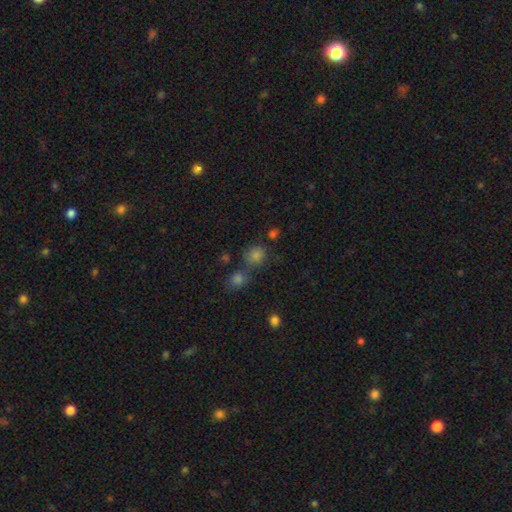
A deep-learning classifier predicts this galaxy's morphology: smooth-or-featured: smooth: 60% | star or artifact: 31% | featured or disk: 9%
  how-rounded: round: 83% | in between: 16% | cigar-shaped: 1%
  merging: none: 67% | merger: 20% | minor disturbance: 9% | major disturbance: 4%